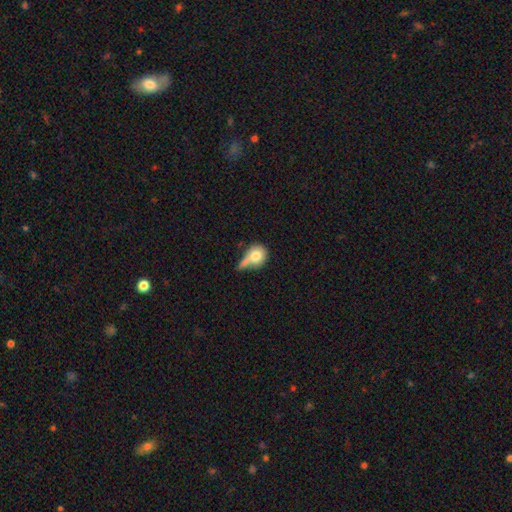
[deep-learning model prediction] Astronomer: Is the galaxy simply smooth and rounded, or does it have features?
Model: smooth — 75%.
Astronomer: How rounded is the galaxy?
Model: round — 67%.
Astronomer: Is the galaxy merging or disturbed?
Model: merger — 31% (runner-up: none, 26%).